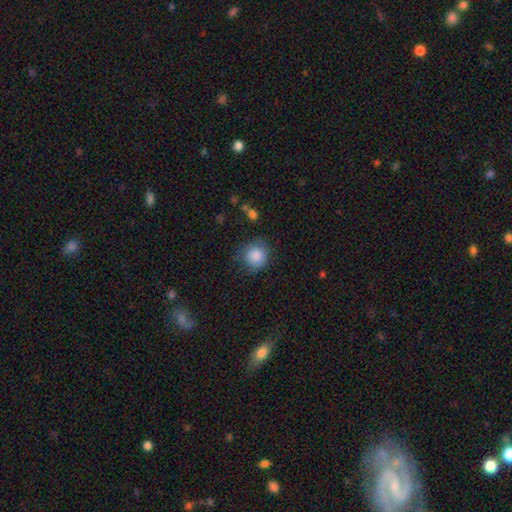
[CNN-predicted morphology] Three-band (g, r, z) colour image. It shows a smooth galaxy with no disk features (87%) that is round (87%). Merging: none (70%).